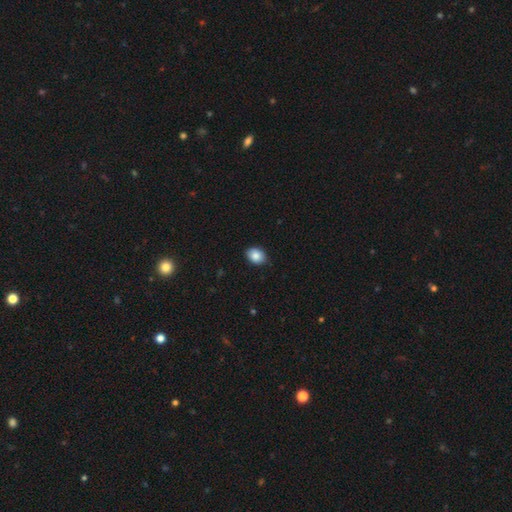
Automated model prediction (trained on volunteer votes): This appears to be a smooth galaxy with no disk features (87%) that is in between round and cigar-shaped (69%). Merging: none (86%).